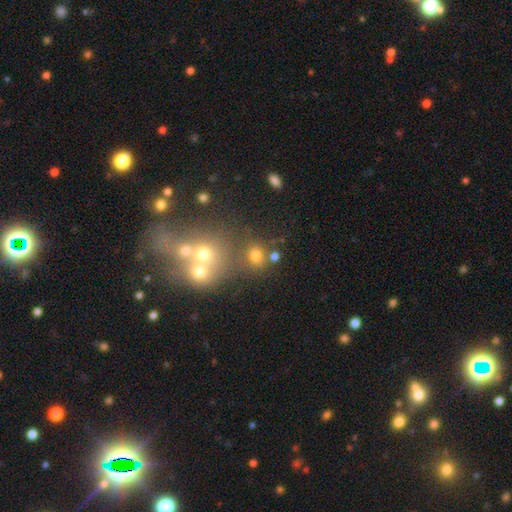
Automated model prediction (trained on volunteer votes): A smooth galaxy with no disk features (71%) that is round (69%). Merging: none (60%).